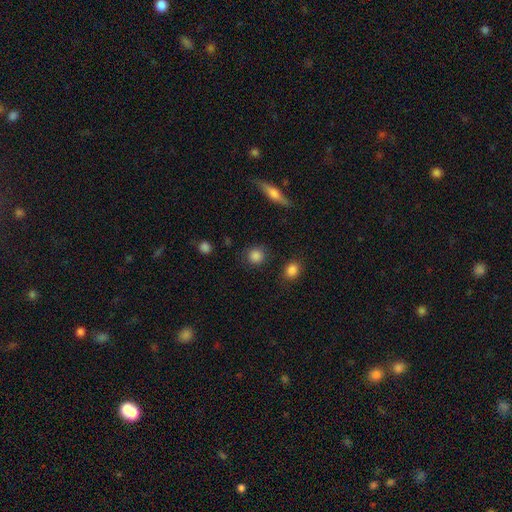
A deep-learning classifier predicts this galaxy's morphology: smooth 86%, star or artifact 9%, featured or disk 5%. Down the decision tree: how rounded — round (90%); merging — none (86%).